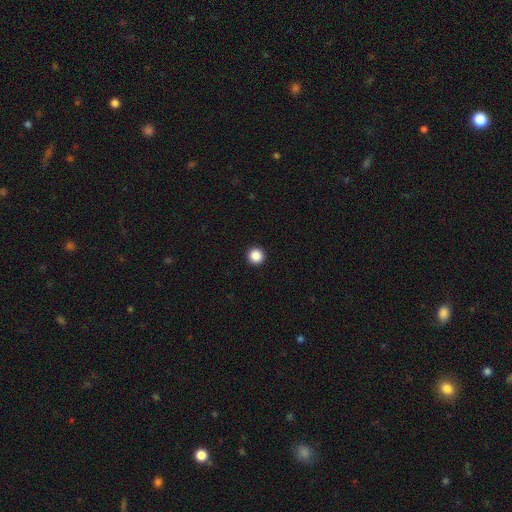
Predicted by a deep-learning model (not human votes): A smooth galaxy with no disk features (88%) that is round (97%).

Vote fractions:
- Smooth or featured? smooth: 88% / star or artifact: 10% / featured or disk: 2%
- How rounded? round: 97% / in between: 2% / cigar-shaped: 1%
- Merging? none: 94% / minor disturbance: 3% / major disturbance: 1% / merger: 1%